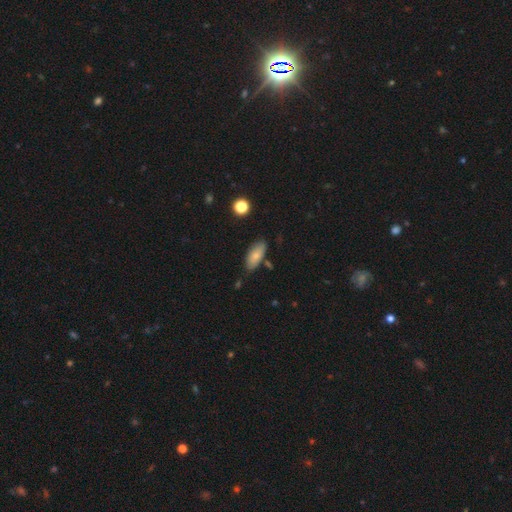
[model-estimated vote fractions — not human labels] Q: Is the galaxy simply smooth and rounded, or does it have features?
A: smooth — 78%.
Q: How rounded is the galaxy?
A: in between — 84%.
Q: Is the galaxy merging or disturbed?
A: none — 75%.